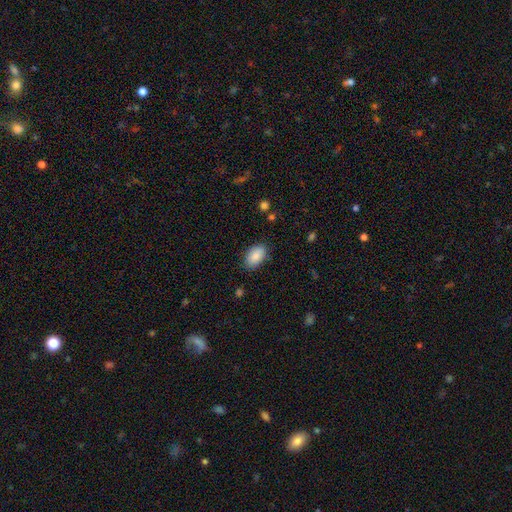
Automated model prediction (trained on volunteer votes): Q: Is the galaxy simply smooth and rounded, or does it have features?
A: smooth — 88%.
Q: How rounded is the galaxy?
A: in between — 92%.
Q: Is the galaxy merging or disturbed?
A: none — 81%.